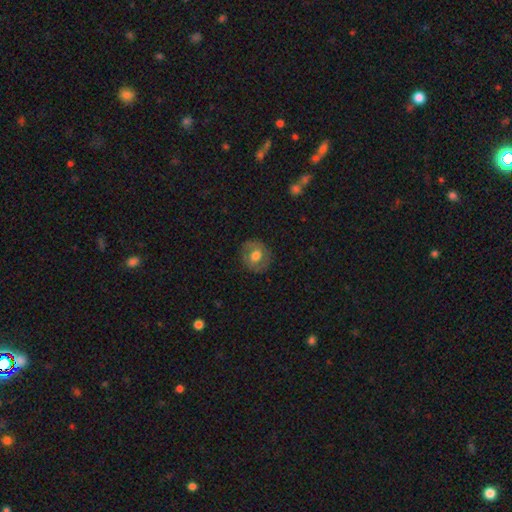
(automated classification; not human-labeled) The model was most divided on "smooth or featured": smooth: 59%, featured or disk: 33%, star or artifact: 8%. More confident: merging — none (83%); how rounded — round (82%).